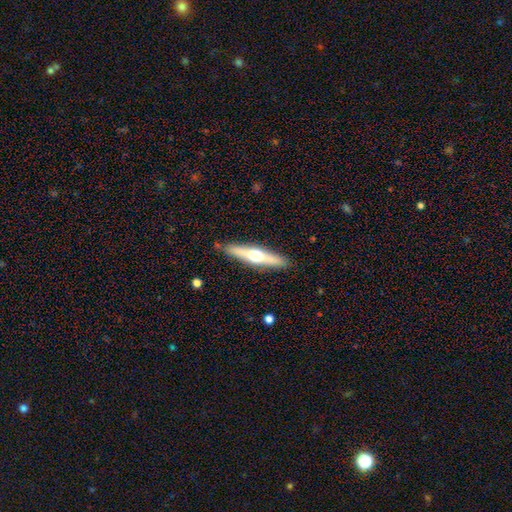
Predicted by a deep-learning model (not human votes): Smooth or featured: featured or disk — 59% (smooth — 36%)
Edge-on disk: yes — 94% (no — 6%)
Edge-on bulge: rounded — 94% (none — 3%)
Merging: none — 88% (minor disturbance — 9%)